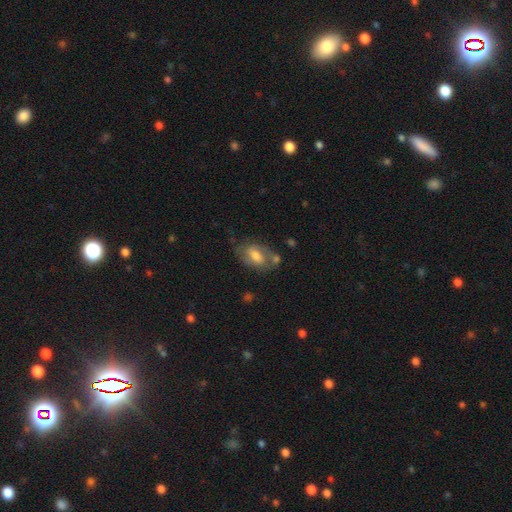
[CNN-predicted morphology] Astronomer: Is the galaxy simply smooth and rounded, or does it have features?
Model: featured or disk — 47% (runner-up: smooth, 46%).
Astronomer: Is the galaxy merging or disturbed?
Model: none — 55%.